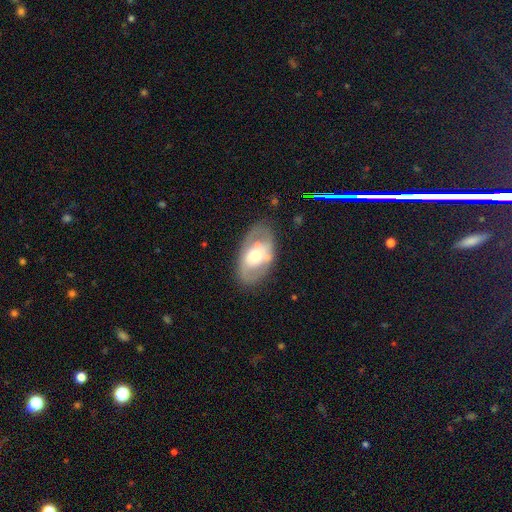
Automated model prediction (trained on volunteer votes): A featured or disk galaxy (57%) with no bar (70%), no spiral arms (62%) and a moderate central bulge (67%). Merging: none (73%).